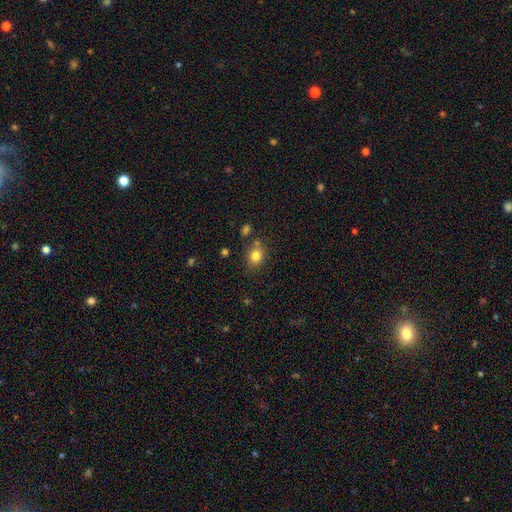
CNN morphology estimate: Smooth or featured: smooth — 82% (star or artifact — 11%)
How rounded: round — 55% (in between — 44%)
Merging: none — 74% (minor disturbance — 14%)